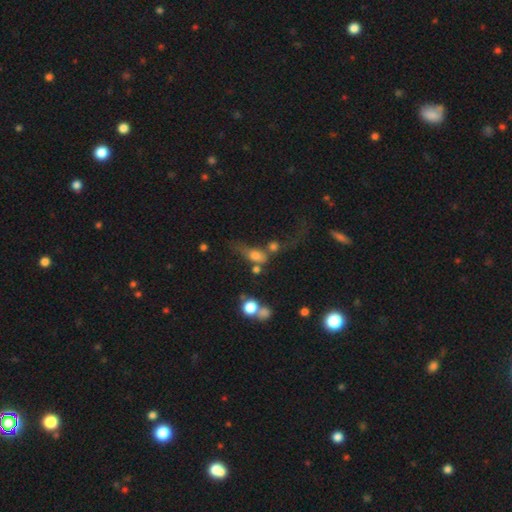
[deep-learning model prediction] Smooth or featured: smooth — 67% (featured or disk — 20%)
How rounded: in between — 69% (round — 19%)
Merging: merger — 34% (major disturbance — 26%)